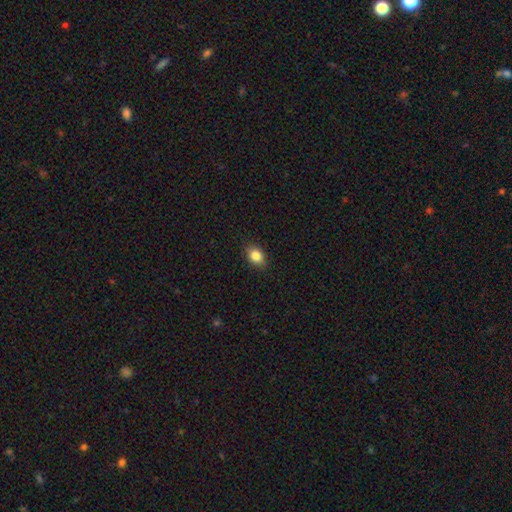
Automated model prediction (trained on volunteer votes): Q: Smooth or featured?
A: smooth (85%); runner-up: star or artifact (9%)
Q: How rounded?
A: in between (72%); runner-up: round (27%)
Q: Merging?
A: none (86%); runner-up: minor disturbance (11%)